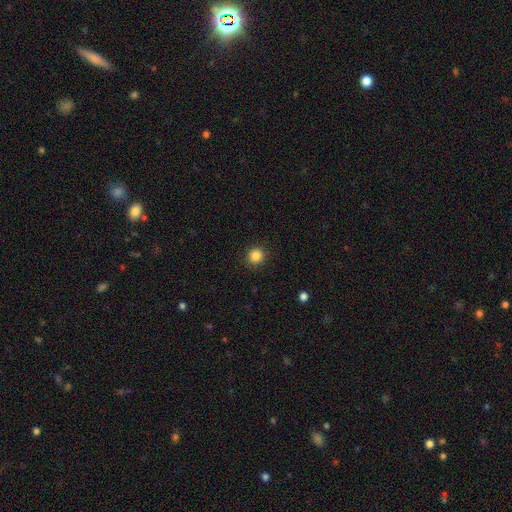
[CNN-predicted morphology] A smooth galaxy with no disk features (85%) that is round (90%).

Vote fractions:
- Smooth or featured? smooth: 85% / star or artifact: 11% / featured or disk: 4%
- How rounded? round: 90% / in between: 9% / cigar-shaped: 1%
- Merging? none: 91% / minor disturbance: 6% / major disturbance: 2% / merger: 1%